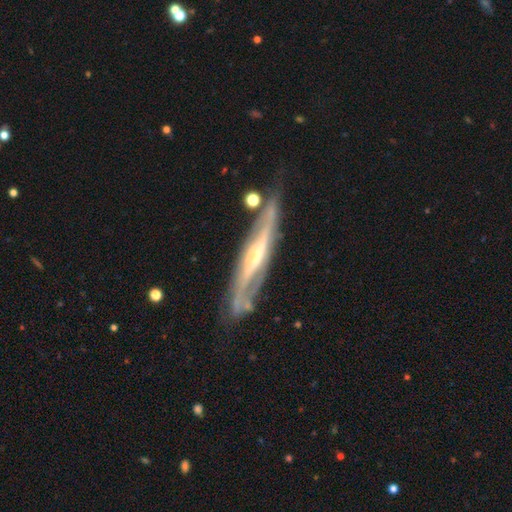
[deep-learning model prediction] This is clearly a featured or disk galaxy (84%). It is possibly viewed edge-on (58%). Merging: likely none (68%).